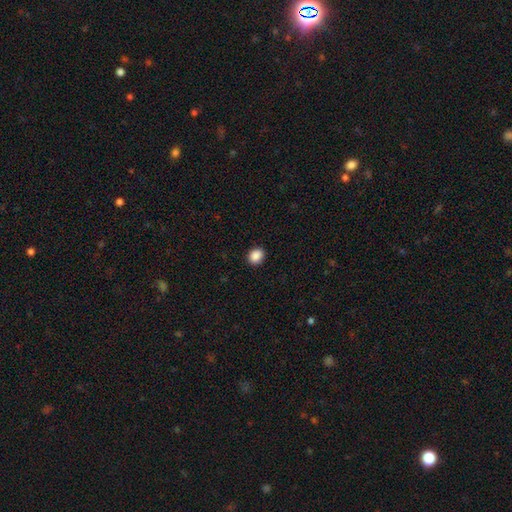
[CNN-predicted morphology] smooth 89%, star or artifact 9%, featured or disk 2%. Down the decision tree: how rounded — round (54%); merging — none (90%).